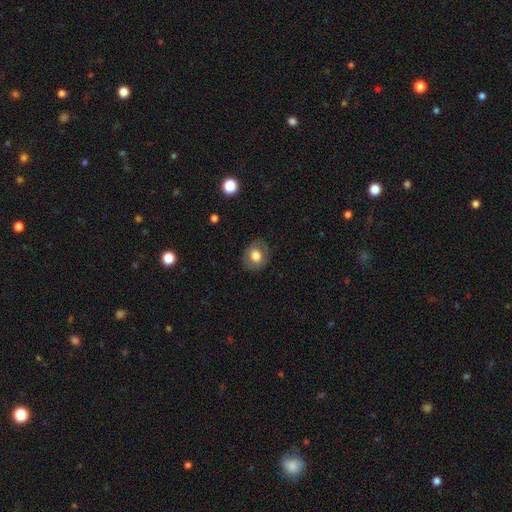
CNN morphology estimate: This appears to be a smooth galaxy with no disk features (73%) that is round (64%). Merging: none (82%).